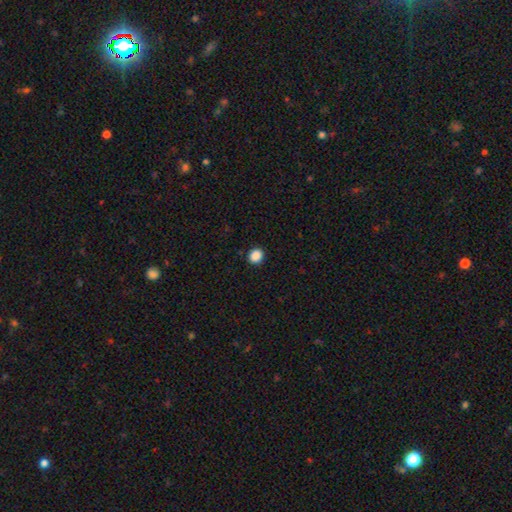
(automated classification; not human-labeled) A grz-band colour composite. It shows a smooth galaxy with no disk features (88%) that is round (80%). Merging: none (92%).